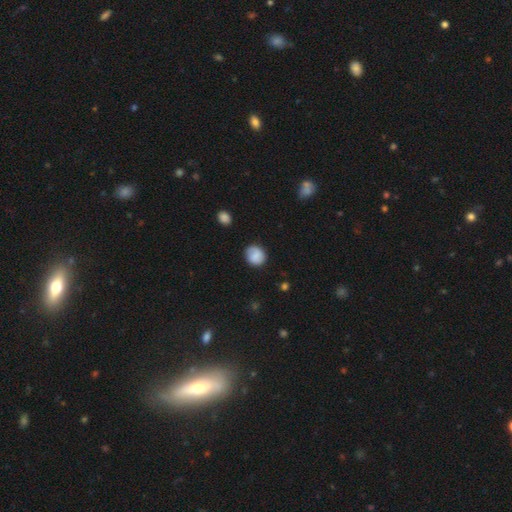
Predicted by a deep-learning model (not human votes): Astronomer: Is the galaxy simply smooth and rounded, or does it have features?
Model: smooth — 83%.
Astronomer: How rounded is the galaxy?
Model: round — 75%.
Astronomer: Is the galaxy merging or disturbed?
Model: none — 78%.